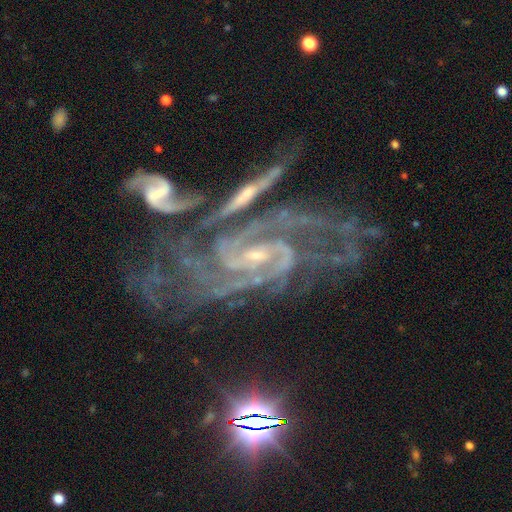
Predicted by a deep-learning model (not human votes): Morphology: type=featured or disk (90%); edge-on=no (97%); bar=weak (43%); spiral arms=yes (98%); winding=tight (54%); arm count=2 (35%); bulge=small (78%); merging=none (49%).